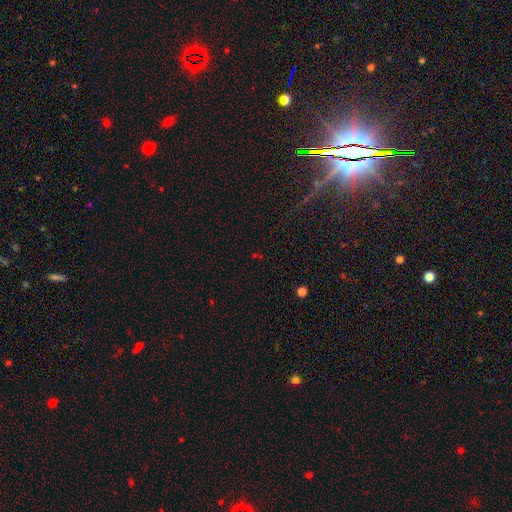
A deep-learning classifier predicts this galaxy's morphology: Smooth or featured: star or artifact — 65% (smooth — 27%)